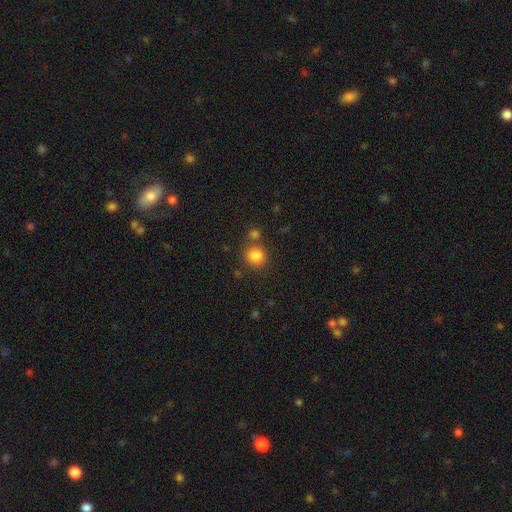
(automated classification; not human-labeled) Smooth or featured: smooth — 84% (star or artifact — 11%)
How rounded: round — 86% (in between — 13%)
Merging: none — 70% (merger — 16%)